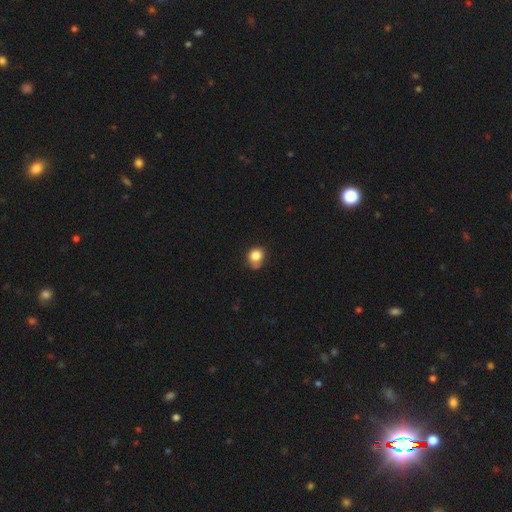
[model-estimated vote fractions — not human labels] smooth_or_featured: smooth (p=0.82) [alt: star or artifact p=0.11]
how_rounded: round (p=0.71) [alt: in between p=0.29]
merging: none (p=0.57) [alt: minor disturbance p=0.32]